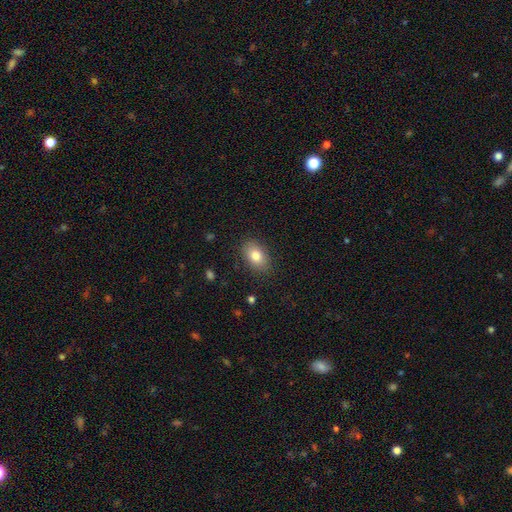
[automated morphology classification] Smooth or featured?
  - smooth: 81% *
  - featured or disk: 10%
  - star or artifact: 8%
How rounded?
  - in between: 86% *
  - round: 12%
  - cigar-shaped: 2%
Merging?
  - none: 86% *
  - minor disturbance: 11%
  - major disturbance: 3%
  - merger: 1%